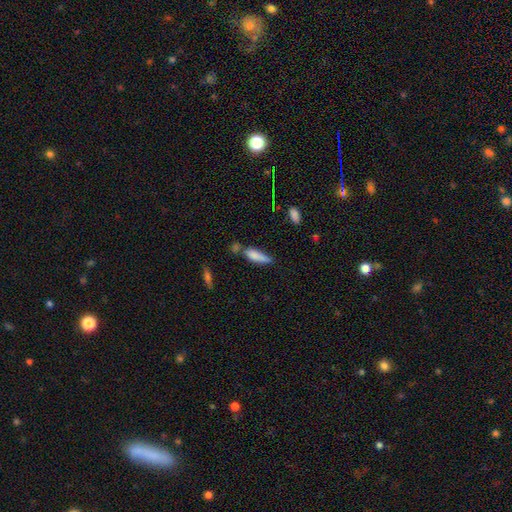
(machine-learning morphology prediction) Overall: smooth (78%). How rounded: cigar-shaped (59%; in between 39%). Merging: none (41%; minor disturbance 27%).